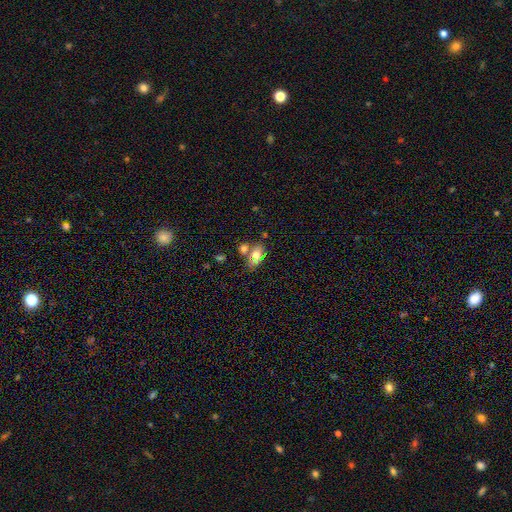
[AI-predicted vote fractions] Q: Smooth or featured?
A: smooth (67%); runner-up: featured or disk (20%)
Q: How rounded?
A: in between (81%); runner-up: round (13%)
Q: Merging?
A: none (51%); runner-up: merger (28%)